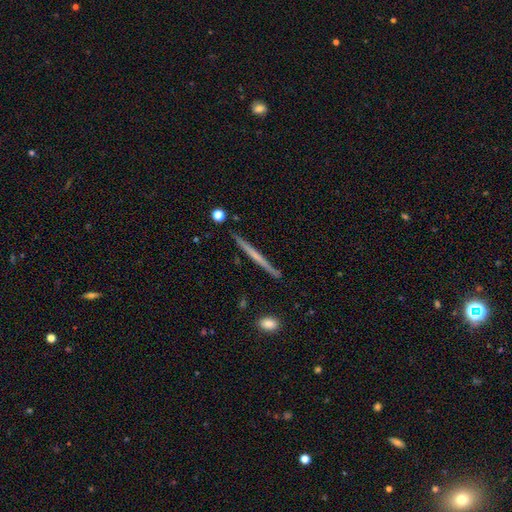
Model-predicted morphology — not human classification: This appears to be a featured or disk galaxy (57%) viewed edge-on (98%) with no central bulge (81%). Merging: none (91%).